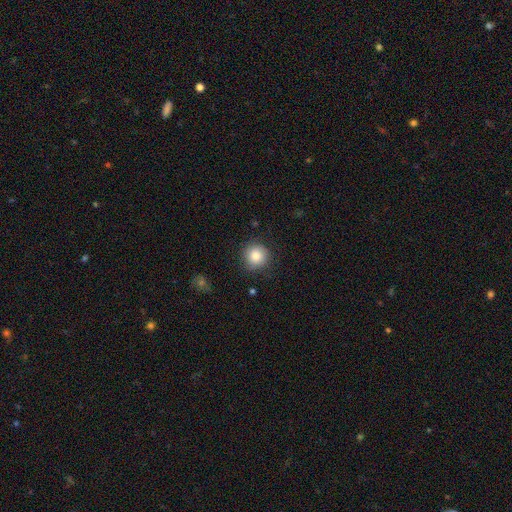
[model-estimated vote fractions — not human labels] The model was most divided on "merging": none: 85%, minor disturbance: 11%, major disturbance: 3%, merger: 1%. More confident: how rounded — round (93%); smooth or featured — smooth (85%).